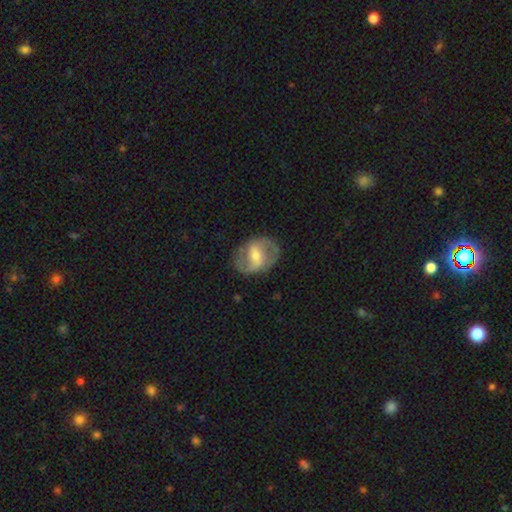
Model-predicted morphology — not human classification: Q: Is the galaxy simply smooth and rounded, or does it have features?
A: featured or disk — 77%.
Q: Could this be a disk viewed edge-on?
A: no — 97%.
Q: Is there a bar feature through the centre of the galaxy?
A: weak — 45%.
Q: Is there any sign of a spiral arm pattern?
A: yes — 85%.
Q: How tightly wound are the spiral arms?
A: medium — 50%.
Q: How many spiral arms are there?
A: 2 — 88%.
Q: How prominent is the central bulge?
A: moderate — 50%.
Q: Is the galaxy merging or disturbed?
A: none — 78%.